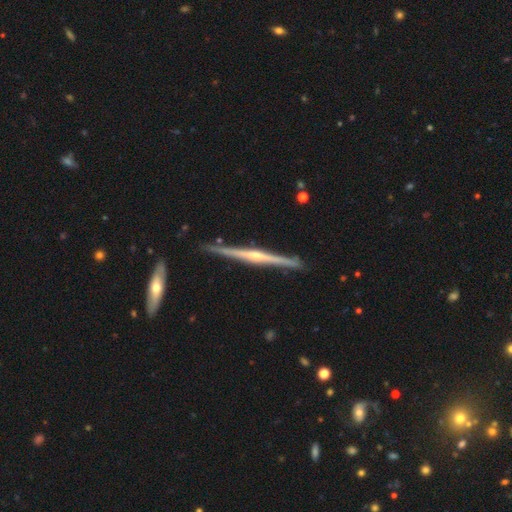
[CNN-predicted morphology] Overall: featured or disk (83%). Edge-on disk: yes (98%). Edge-on bulge: rounded (75%). Merging: none (86%).